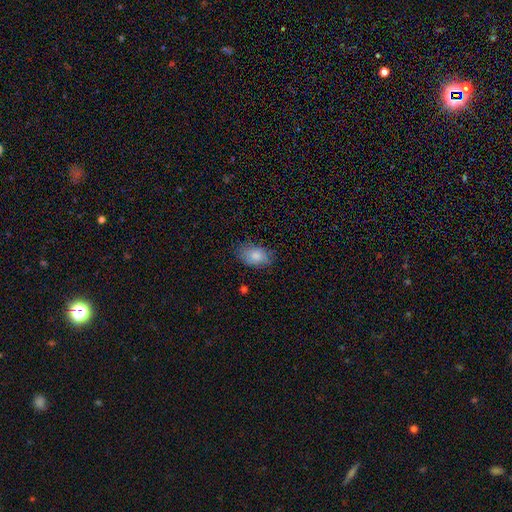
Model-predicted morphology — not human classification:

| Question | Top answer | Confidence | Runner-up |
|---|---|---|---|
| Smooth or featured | smooth | 82% | featured or disk (10%) |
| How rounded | in between | 89% | round (10%) |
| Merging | none | 76% | minor disturbance (19%) |